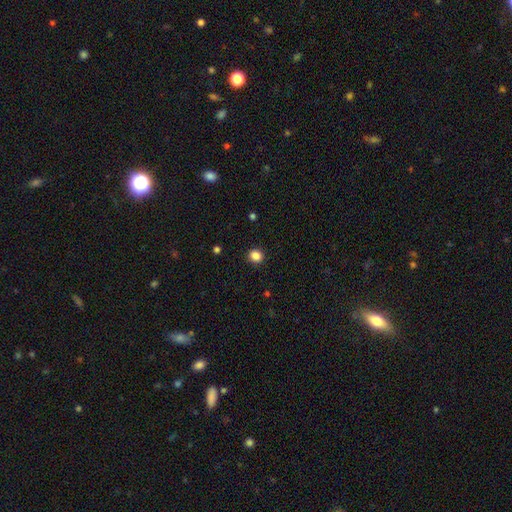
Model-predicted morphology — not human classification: The model was most divided on "how rounded": round: 84%, in between: 15%, cigar-shaped: 1%. More confident: merging — none (92%); smooth or featured — smooth (86%).